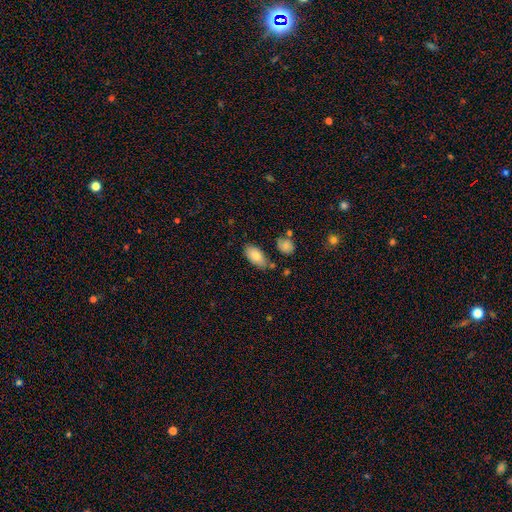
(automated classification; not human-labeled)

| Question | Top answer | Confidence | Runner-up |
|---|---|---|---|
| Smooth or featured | smooth | 80% | featured or disk (13%) |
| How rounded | in between | 92% | cigar-shaped (5%) |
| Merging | none | 74% | minor disturbance (16%) |